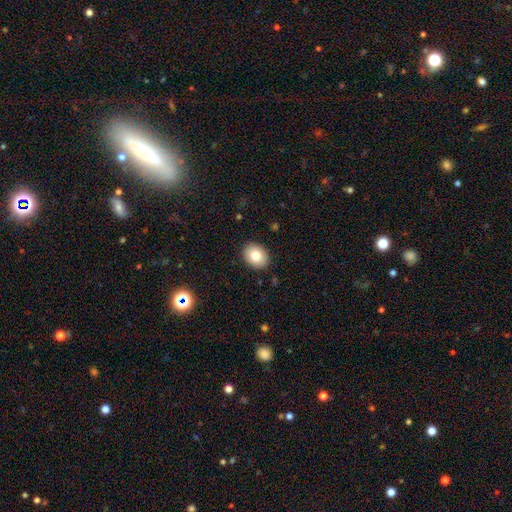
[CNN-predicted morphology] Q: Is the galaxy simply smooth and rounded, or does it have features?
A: smooth — 80%.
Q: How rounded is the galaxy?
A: in between — 53%.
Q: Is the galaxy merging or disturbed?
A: none — 90%.